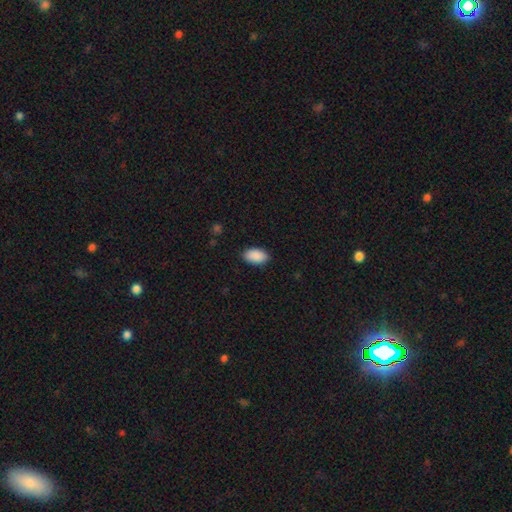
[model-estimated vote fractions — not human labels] smooth 91%, star or artifact 6%, featured or disk 3%. Down the decision tree: how rounded — in between (94%); merging — none (87%).